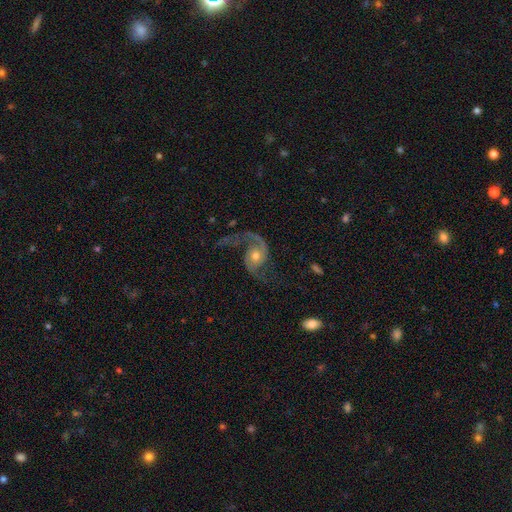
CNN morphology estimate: Smooth or featured?
  - featured or disk: 89% *
  - smooth: 5%
  - star or artifact: 5%
Edge-on disk?
  - no: 98% *
  - yes: 2%
Bar?
  - no: 70% *
  - weak: 23%
  - strong: 7%
Spiral arms?
  - yes: 97% *
  - no: 3%
Spiral winding?
  - loose: 61% *
  - medium: 32%
  - tight: 7%
Spiral arm count?
  - 2: 91% *
  - 1: 4%
  - can't tell: 2%
  - 3: 1%
  - 4: 1%
  - more than 4: 1%
Bulge size?
  - moderate: 63% *
  - small: 28%
  - large: 6%
  - none: 1%
  - dominant: 1%
Merging?
  - none: 64% *
  - major disturbance: 18%
  - minor disturbance: 15%
  - merger: 3%